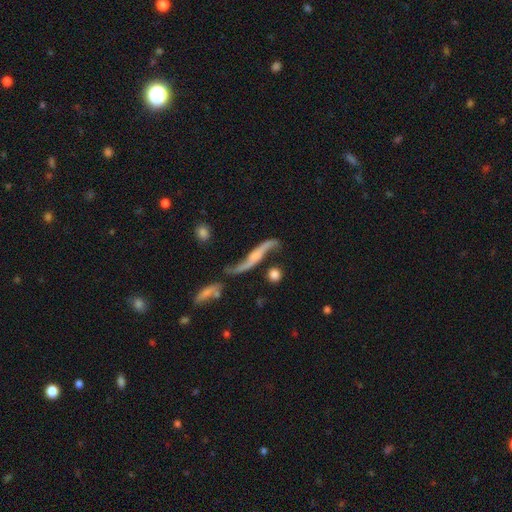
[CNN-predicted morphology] Smooth or featured?
  - featured or disk: 81% *
  - smooth: 12%
  - star or artifact: 7%
Edge-on disk?
  - no: 71% *
  - yes: 29%
Bar?
  - no: 57% *
  - weak: 29%
  - strong: 15%
Spiral arms?
  - yes: 91% *
  - no: 9%
Spiral winding?
  - loose: 93% *
  - medium: 4%
  - tight: 2%
Spiral arm count?
  - 2: 92% *
  - 1: 3%
  - can't tell: 2%
  - 3: 1%
  - 4: 1%
  - more than 4: 1%
Bulge size?
  - none: 43% *
  - small: 31%
  - moderate: 18%
  - large: 6%
  - dominant: 3%
Merging?
  - none: 53% *
  - minor disturbance: 20%
  - major disturbance: 14%
  - merger: 13%